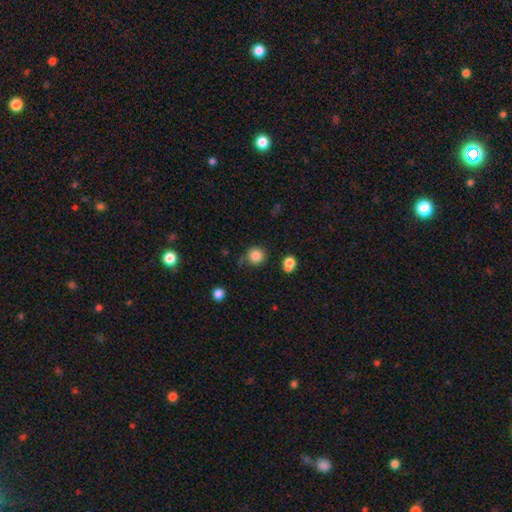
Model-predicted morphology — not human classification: Smooth or featured?
  - smooth: 84% *
  - star or artifact: 11%
  - featured or disk: 5%
How rounded?
  - round: 91% *
  - in between: 8%
  - cigar-shaped: 1%
Merging?
  - none: 74% *
  - minor disturbance: 15%
  - merger: 6%
  - major disturbance: 5%